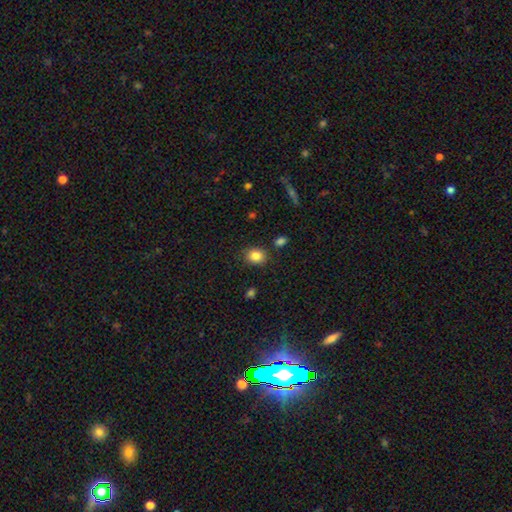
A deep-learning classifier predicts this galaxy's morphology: Overall: smooth (84%). How rounded: round (59%; in between 40%). Merging: none (84%).